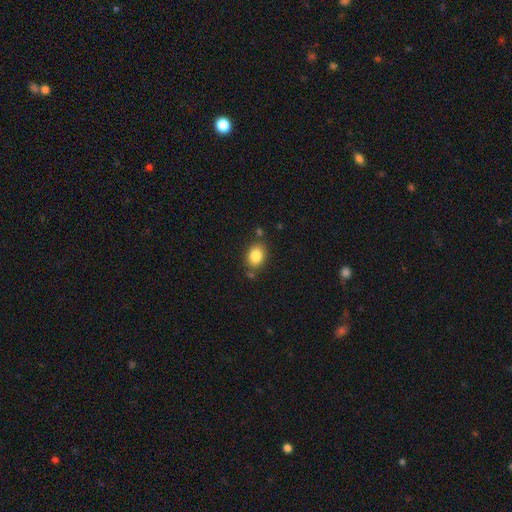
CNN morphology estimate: The model was most divided on "how rounded": in between: 64%, round: 35%, cigar-shaped: 1%. More confident: smooth or featured — smooth (84%); merging — none (74%).